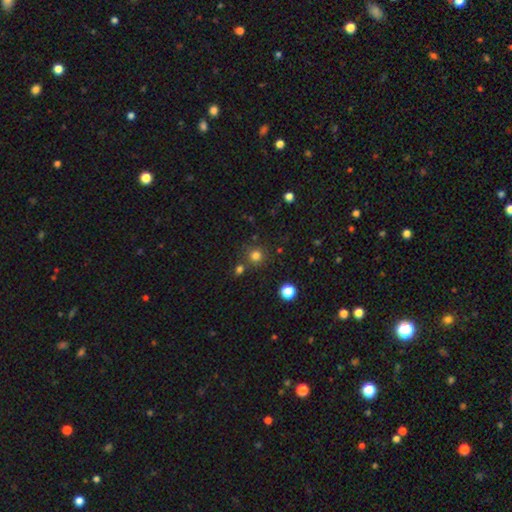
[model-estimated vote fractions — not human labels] A smooth galaxy with no disk features (78%) that is round (93%). Merging: none (78%).